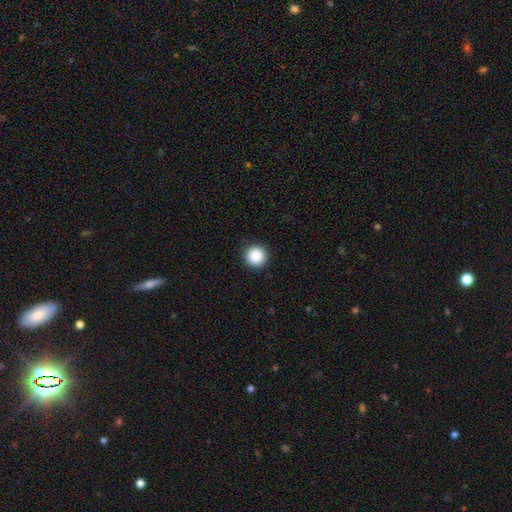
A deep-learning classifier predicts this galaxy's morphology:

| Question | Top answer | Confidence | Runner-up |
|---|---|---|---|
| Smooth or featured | smooth | 86% | star or artifact (9%) |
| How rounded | round | 96% | in between (3%) |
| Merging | none | 93% | minor disturbance (5%) |